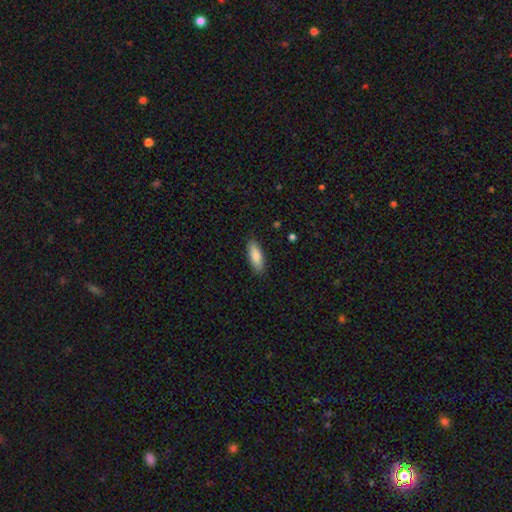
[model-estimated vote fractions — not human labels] Q: Smooth or featured?
A: smooth (86%); runner-up: featured or disk (8%)
Q: How rounded?
A: in between (68%); runner-up: cigar-shaped (30%)
Q: Merging?
A: none (88%); runner-up: minor disturbance (9%)